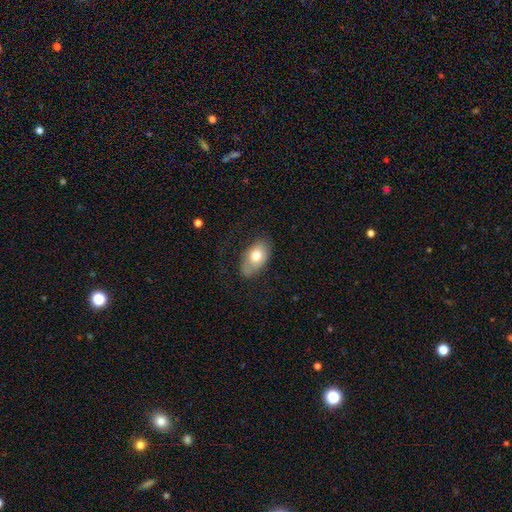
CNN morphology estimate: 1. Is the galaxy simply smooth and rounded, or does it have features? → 72% smooth, 20% featured or disk, 7% star or artifact.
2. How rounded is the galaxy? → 91% in between, 7% round, 2% cigar-shaped.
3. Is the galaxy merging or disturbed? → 72% none, 21% minor disturbance, 6% major disturbance, 1% merger.